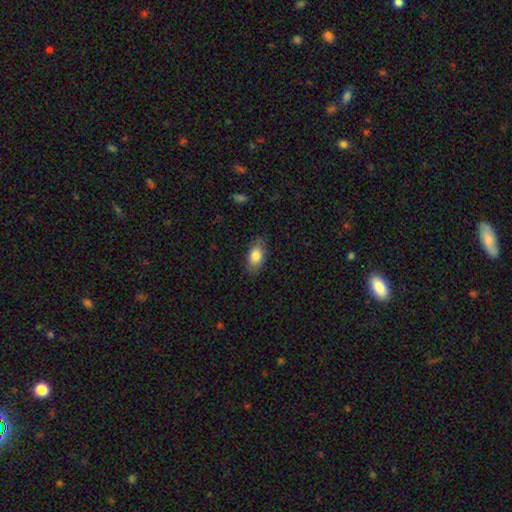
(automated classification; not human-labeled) A smooth galaxy with no disk features (82%) that is in between round and cigar-shaped (91%). Merging: none (83%).